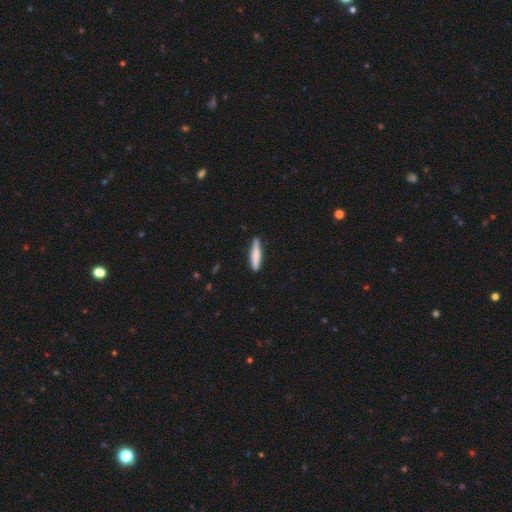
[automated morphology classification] Smooth or featured? smooth (72%)
How rounded? cigar-shaped (88%)
Merging? none (85%)